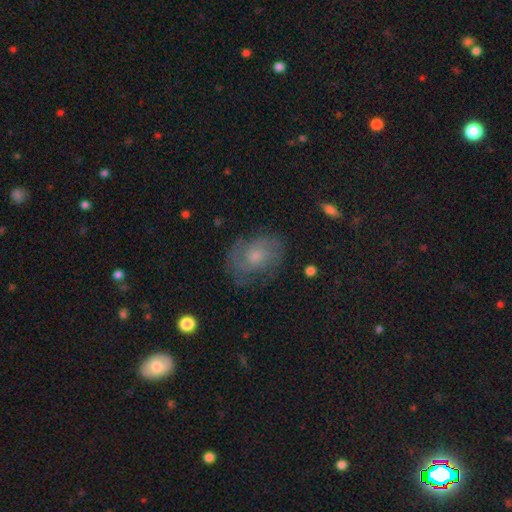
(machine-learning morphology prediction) smooth-or-featured: featured or disk: 59% | smooth: 29% | star or artifact: 12%
  disk-edge-on: no: 97% | yes: 3%
    bar: no: 73% | weak: 24% | strong: 3%
    has-spiral-arms: yes: 82% | no: 18%
    bulge-size: small: 47% | moderate: 41% | none: 6% | large: 4% | dominant: 1%
  merging: none: 69% | minor disturbance: 19% | major disturbance: 10% | merger: 1%